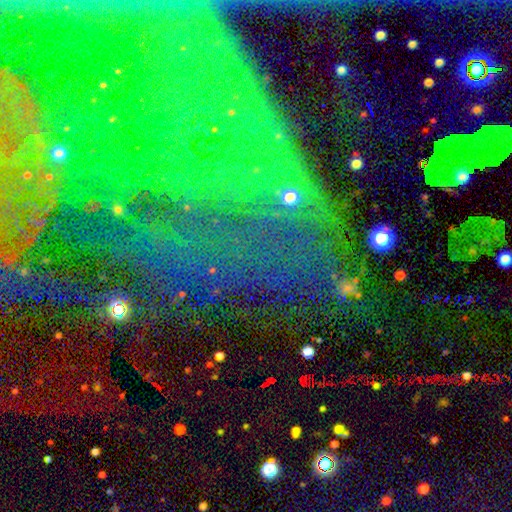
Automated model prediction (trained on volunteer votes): The model was most divided on "smooth or featured": star or artifact: 70%, featured or disk: 17%, smooth: 13%.